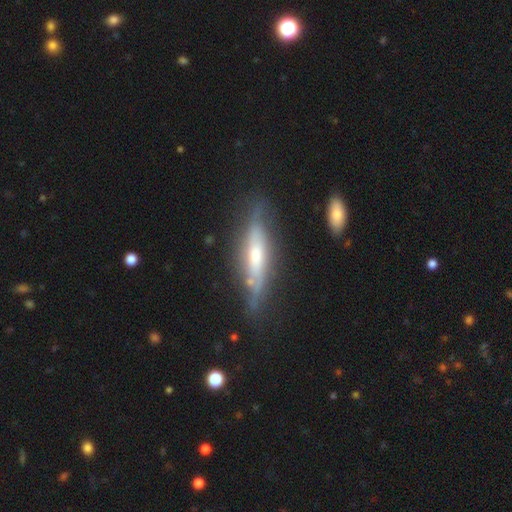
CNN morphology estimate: Smooth or featured: featured or disk — 68% (smooth — 26%)
Edge-on disk: yes — 68% (no — 32%)
Merging: none — 67% (minor disturbance — 23%)